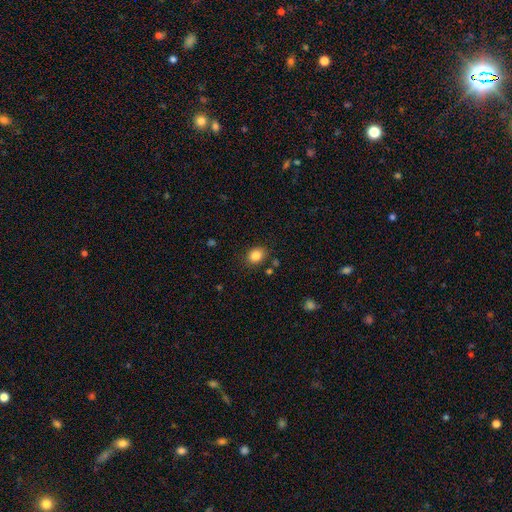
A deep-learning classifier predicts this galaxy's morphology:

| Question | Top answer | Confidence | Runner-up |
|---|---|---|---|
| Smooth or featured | smooth | 85% | star or artifact (10%) |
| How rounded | round | 50% | in between (49%) |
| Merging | none | 83% | minor disturbance (11%) |